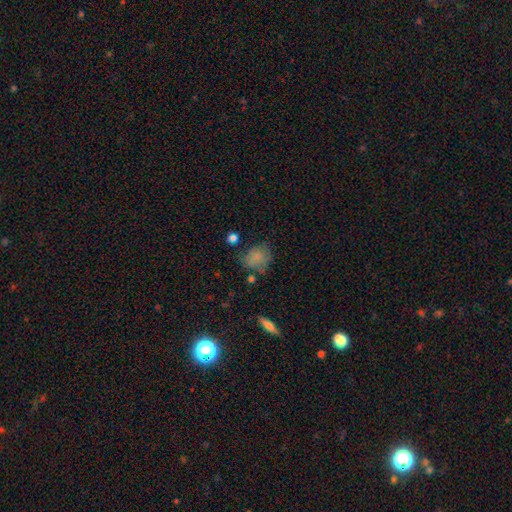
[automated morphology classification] A smooth galaxy with no disk features (74%) that is round (54%).

Vote fractions:
- Smooth or featured? smooth: 74% / featured or disk: 13% / star or artifact: 13%
- How rounded? round: 54% / in between: 45% / cigar-shaped: 2%
- Merging? none: 57% / minor disturbance: 26% / major disturbance: 11% / merger: 6%